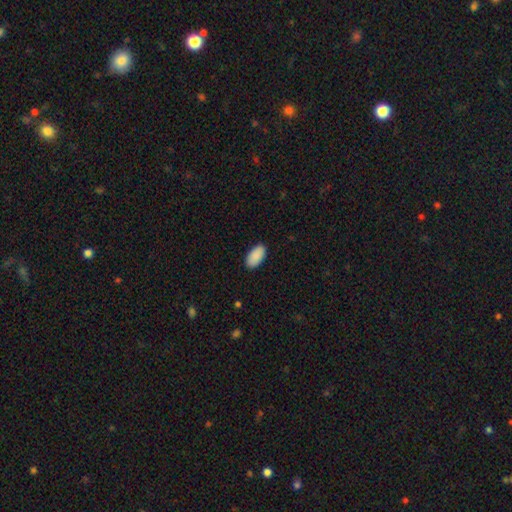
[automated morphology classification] smooth 91%, star or artifact 6%, featured or disk 3%. Down the decision tree: how rounded — in between (96%); merging — none (88%).